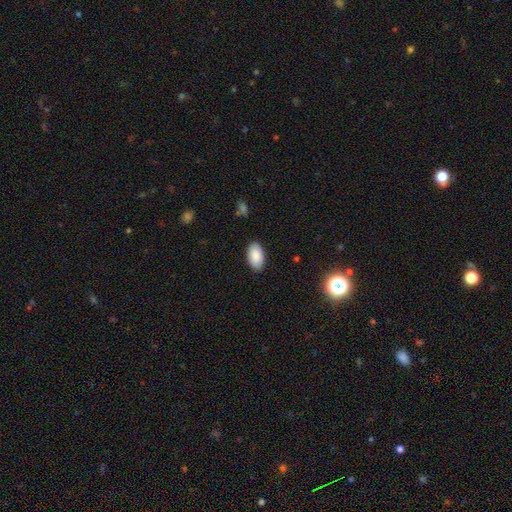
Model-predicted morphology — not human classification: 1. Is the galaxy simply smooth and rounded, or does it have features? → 89% smooth, 6% star or artifact, 5% featured or disk.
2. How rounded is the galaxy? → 95% in between, 4% round, 1% cigar-shaped.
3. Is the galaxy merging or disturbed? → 88% none, 9% minor disturbance, 2% major disturbance, 1% merger.